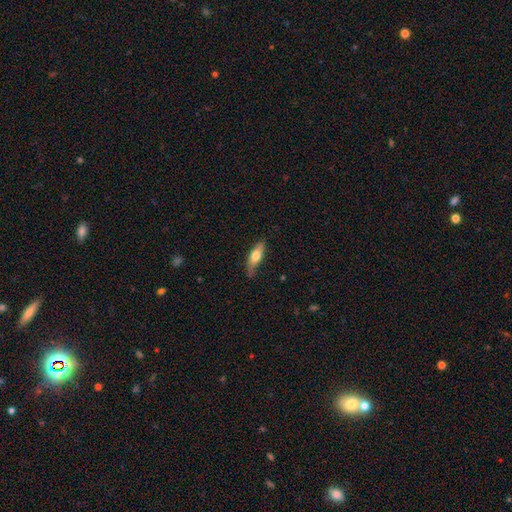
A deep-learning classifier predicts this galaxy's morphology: Smooth or featured?
  - smooth: 58% *
  - featured or disk: 36%
  - star or artifact: 6%
How rounded?
  - cigar-shaped: 55% *
  - in between: 42%
  - round: 3%
Merging?
  - none: 73% *
  - minor disturbance: 22%
  - major disturbance: 4%
  - merger: 1%